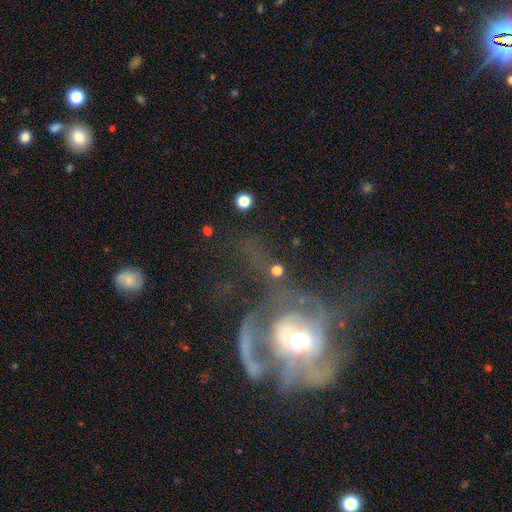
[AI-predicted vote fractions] Smooth or featured? Predicted: featured or disk (p=0.71). Edge-on disk? Predicted: no (p=0.95). Bar? Predicted: no (p=0.63). Spiral arms? Predicted: yes (p=0.66). Bulge size? Predicted: moderate (p=0.66). Merging? Predicted: major disturbance (p=0.45).